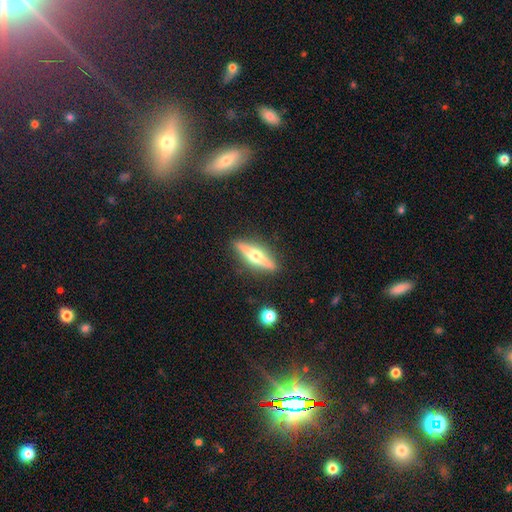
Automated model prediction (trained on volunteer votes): smooth_or_featured: featured or disk (p=0.73) [alt: smooth p=0.22]
disk_edge_on: yes (p=0.96) [alt: no p=0.04]
edge_on_bulge: rounded (p=0.96) [alt: boxy p=0.02]
merging: none (p=0.89) [alt: minor disturbance p=0.08]